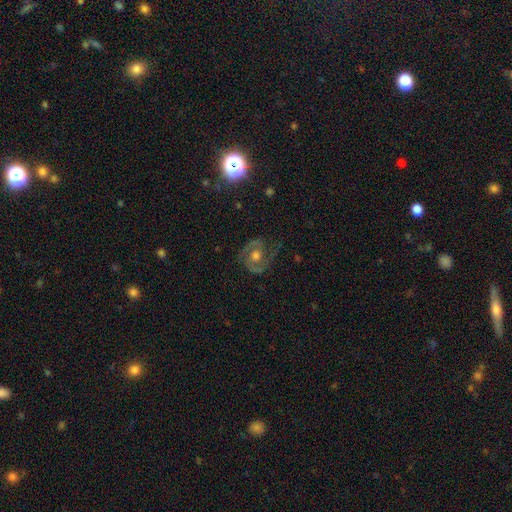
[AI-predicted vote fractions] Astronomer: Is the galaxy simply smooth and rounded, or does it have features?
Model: featured or disk — 83%.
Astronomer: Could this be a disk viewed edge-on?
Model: no — 98%.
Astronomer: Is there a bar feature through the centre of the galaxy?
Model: no — 62%.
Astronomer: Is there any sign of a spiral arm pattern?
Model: yes — 95%.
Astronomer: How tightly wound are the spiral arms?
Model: medium — 49% (runner-up: tight, 40%).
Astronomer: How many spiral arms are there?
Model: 2 — 86%.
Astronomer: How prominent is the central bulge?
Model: moderate — 70%.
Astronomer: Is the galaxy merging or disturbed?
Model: none — 77%.